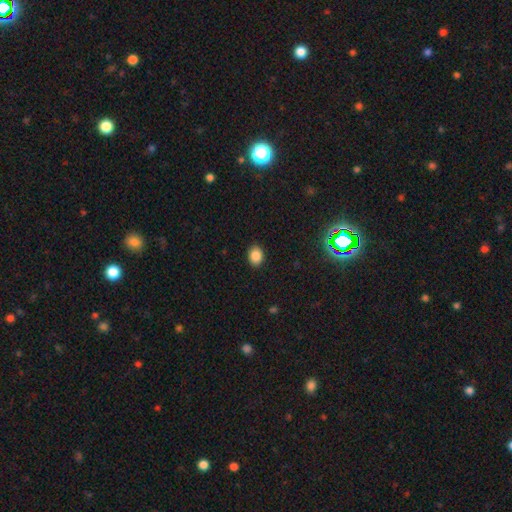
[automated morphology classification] smooth 86%, star or artifact 10%, featured or disk 4%. Down the decision tree: how rounded — in between (58%); merging — none (89%).